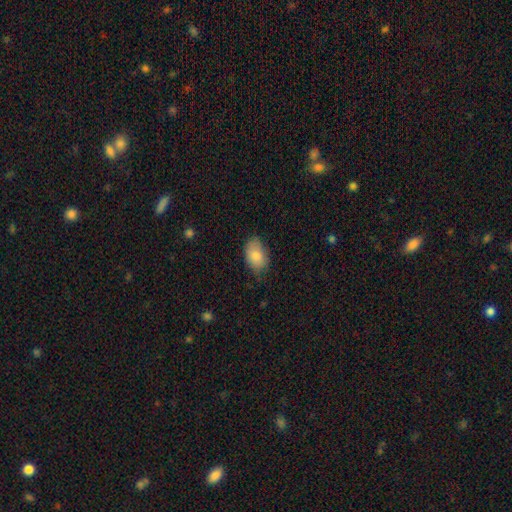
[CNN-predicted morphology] smooth_or_featured: smooth (p=0.85) [alt: featured or disk p=0.09]
how_rounded: in between (p=0.90) [alt: round p=0.09]
merging: none (p=0.72) [alt: minor disturbance p=0.23]